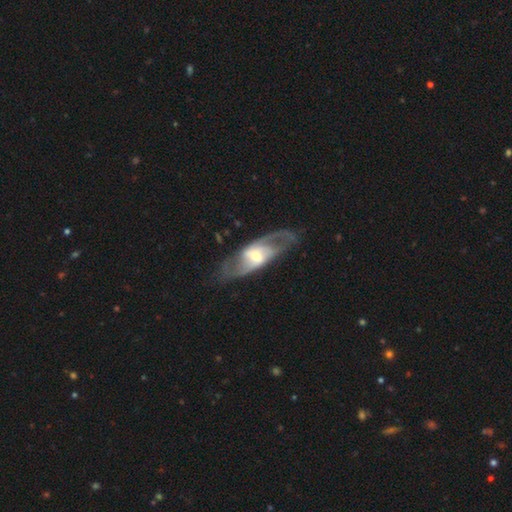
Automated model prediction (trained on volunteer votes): featured or disk 80%, smooth 15%, star or artifact 5%. Down the decision tree: edge-on disk — no (85%); bar — weak (44%); spiral arms — yes (85%); spiral arm count — 2 (82%); spiral winding — medium (47%); bulge size — moderate (56%); merging — none (73%).